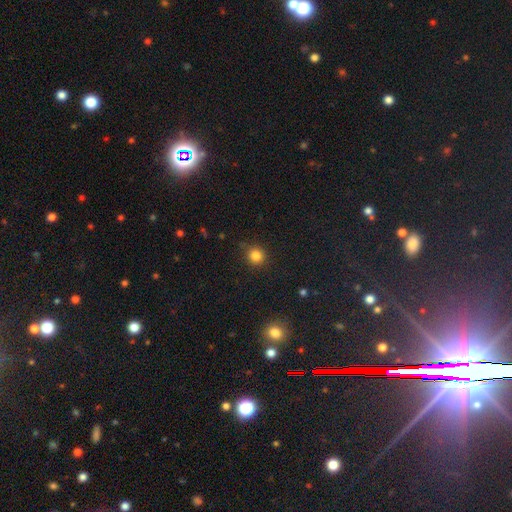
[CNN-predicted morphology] This appears to be a smooth galaxy with no disk features (83%) that is round (92%). Merging: none (84%).